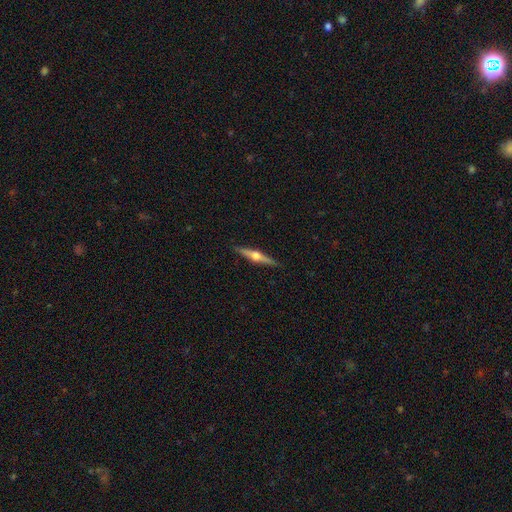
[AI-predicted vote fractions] Morphology: type=featured or disk (75%); edge-on=yes (98%); edge-on bulge=rounded (95%); merging=none (91%).